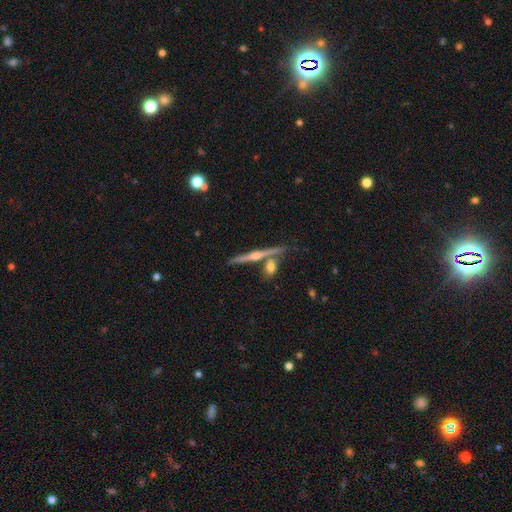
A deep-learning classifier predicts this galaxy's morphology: This appears to be a featured or disk galaxy (75%) viewed edge-on (97%) with a rounded central bulge (84%). Merging: none (75%).